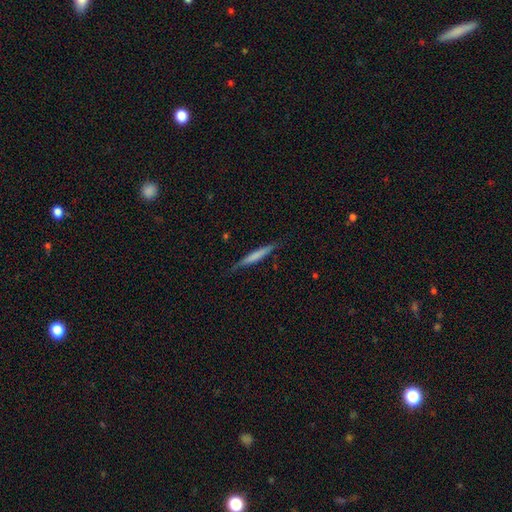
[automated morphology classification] Overall: smooth (58%; featured or disk 36%). How rounded: cigar-shaped (95%). Merging: none (82%).